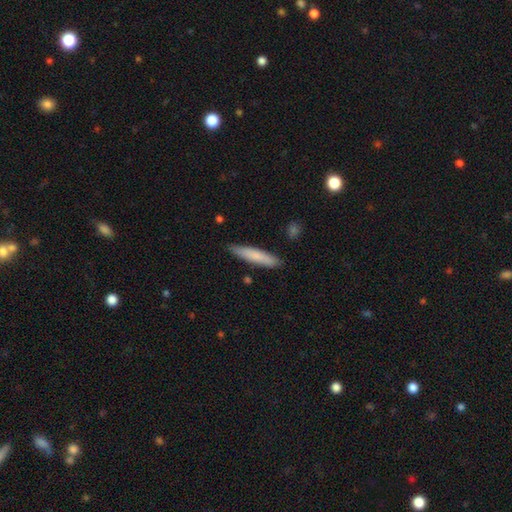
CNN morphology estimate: Overall: smooth (78%). How rounded: cigar-shaped (88%). Merging: none (86%).